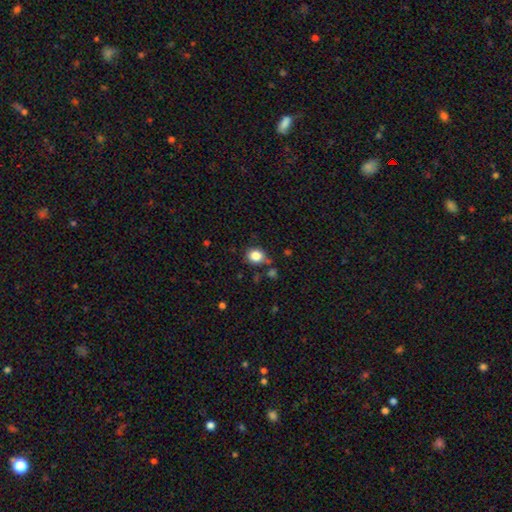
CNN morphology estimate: smooth_or_featured: smooth (p=0.84) [alt: star or artifact p=0.10]
how_rounded: round (p=0.70) [alt: in between p=0.29]
merging: none (p=0.70) [alt: minor disturbance p=0.18]